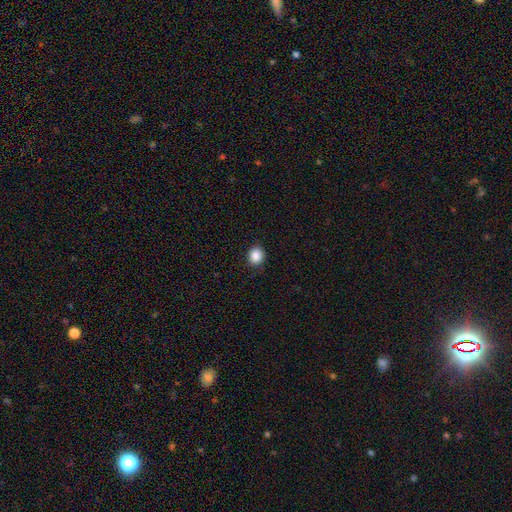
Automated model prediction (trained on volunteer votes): Morphology: type=smooth (88%); roundness=round (78%); merging=none (89%).